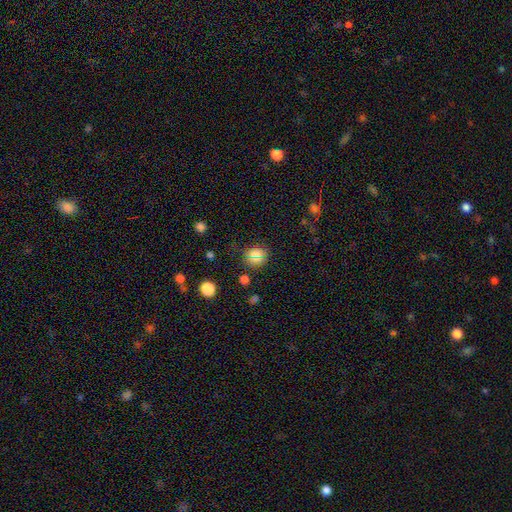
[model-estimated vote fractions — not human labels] Smooth or featured? Predicted: smooth (p=0.67). How rounded? Predicted: round (p=0.75). Merging? Predicted: none (p=0.82).